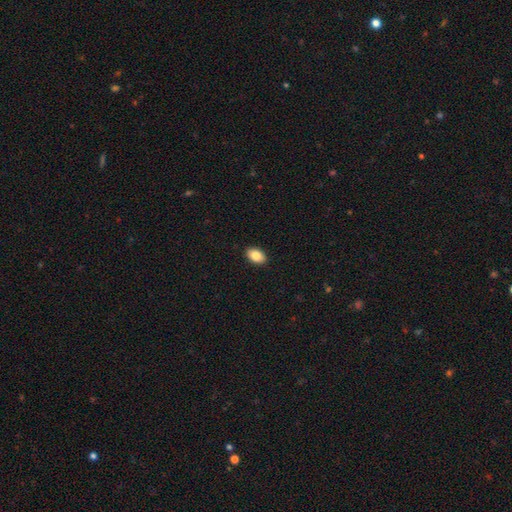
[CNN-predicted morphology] type=smooth (85%); roundness=in between (90%); merging=none (90%).